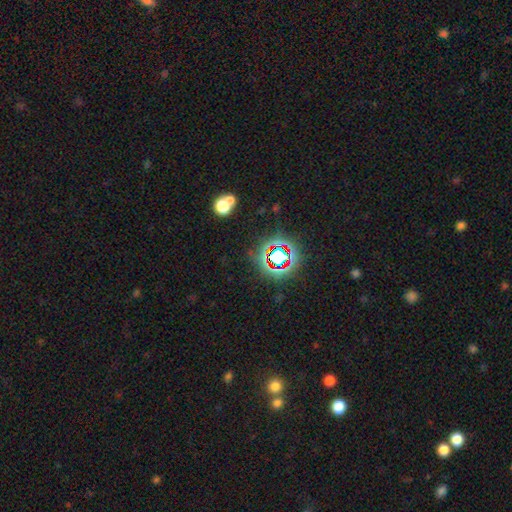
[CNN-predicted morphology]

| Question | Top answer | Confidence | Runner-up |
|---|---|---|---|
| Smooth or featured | star or artifact | 73% | smooth (16%) |